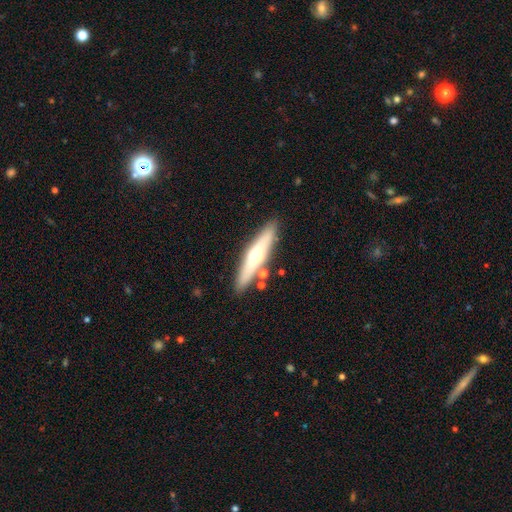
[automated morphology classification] A featured or disk galaxy (49%).

Vote fractions:
- Smooth or featured? featured or disk: 49% / smooth: 45% / star or artifact: 6%
- Merging? none: 83% / minor disturbance: 10% / merger: 5% / major disturbance: 2%